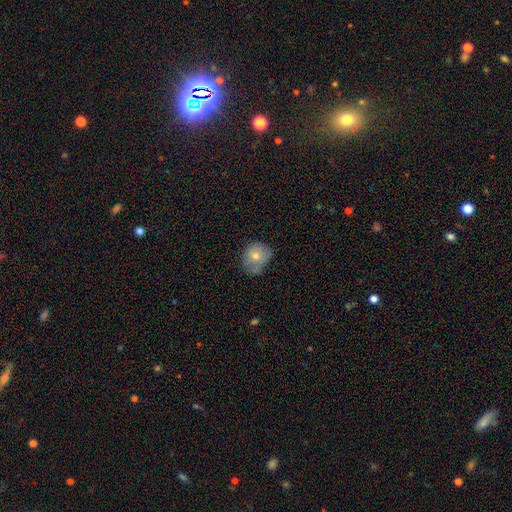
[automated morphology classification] type=smooth (67%); roundness=round (68%); merging=none (54%).